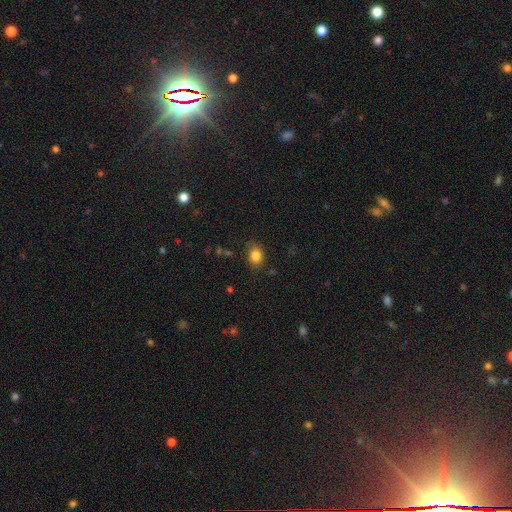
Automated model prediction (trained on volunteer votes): A smooth galaxy with no disk features (84%) that is round (50%).

Vote fractions:
- Smooth or featured? smooth: 84% / star or artifact: 10% / featured or disk: 6%
- How rounded? round: 50% / in between: 49% / cigar-shaped: 1%
- Merging? none: 79% / minor disturbance: 15% / major disturbance: 4% / merger: 2%